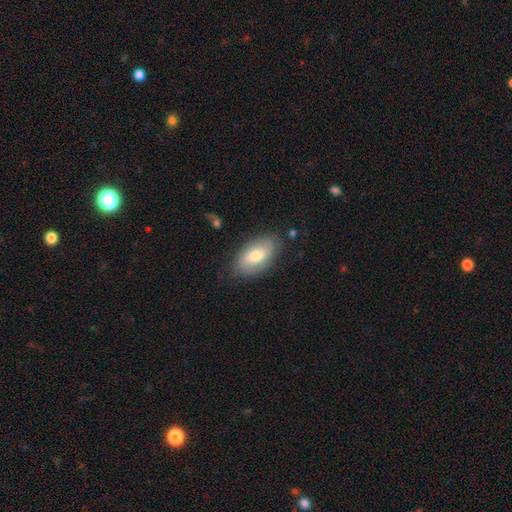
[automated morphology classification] Smooth or featured?
  - smooth: 64% *
  - featured or disk: 28%
  - star or artifact: 8%
How rounded?
  - in between: 93% *
  - round: 4%
  - cigar-shaped: 3%
Merging?
  - none: 82% *
  - minor disturbance: 14%
  - major disturbance: 3%
  - merger: 1%